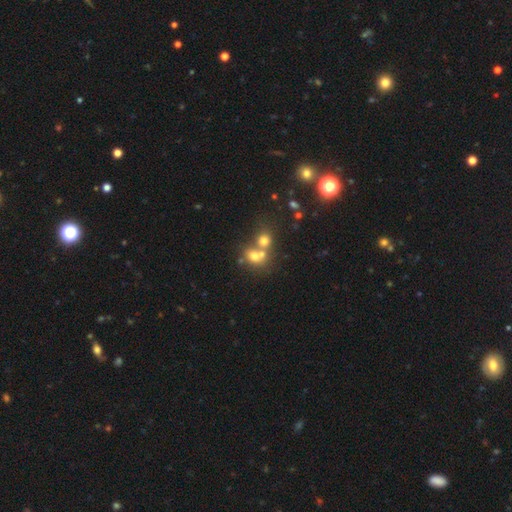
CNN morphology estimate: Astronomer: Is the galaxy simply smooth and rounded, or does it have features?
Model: smooth — 65%.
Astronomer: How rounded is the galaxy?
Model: round — 65%.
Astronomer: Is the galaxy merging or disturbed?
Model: merger — 58%.